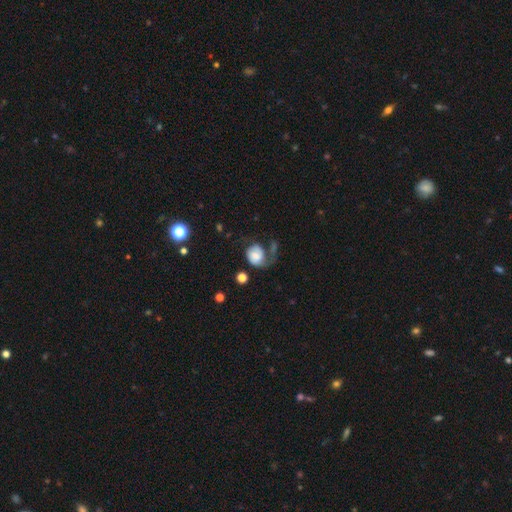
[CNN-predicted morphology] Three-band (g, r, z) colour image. It shows a smooth galaxy with no disk features (52%) that is round (63%). Merging: major disturbance (38%).